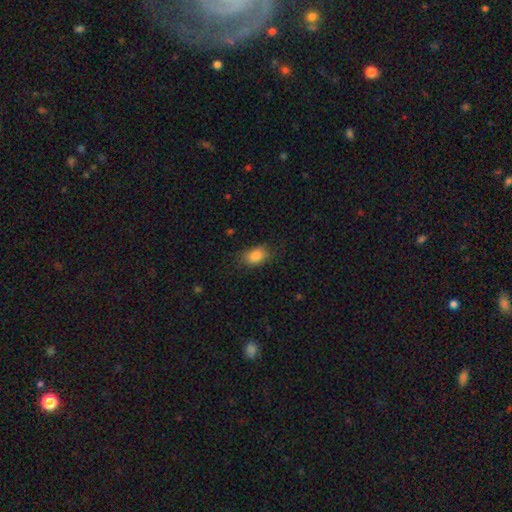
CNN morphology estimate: smooth_or_featured: smooth (p=0.86) [alt: star or artifact p=0.08]
how_rounded: in between (p=0.83) [alt: round p=0.15]
merging: none (p=0.75) [alt: minor disturbance p=0.18]